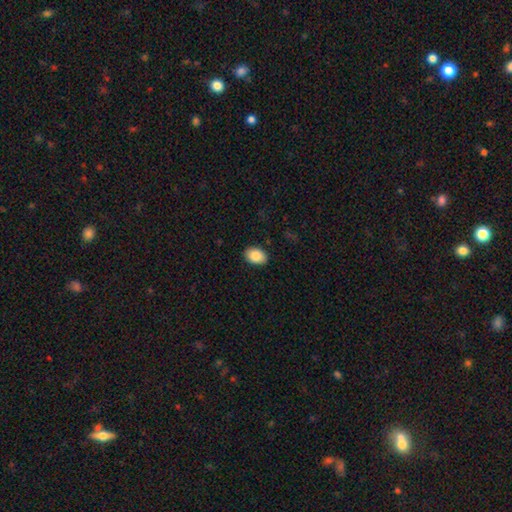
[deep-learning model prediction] Smooth or featured?
  - smooth: 88% *
  - star or artifact: 7%
  - featured or disk: 5%
How rounded?
  - in between: 83% *
  - round: 16%
  - cigar-shaped: 1%
Merging?
  - none: 89% *
  - minor disturbance: 8%
  - major disturbance: 2%
  - merger: 1%